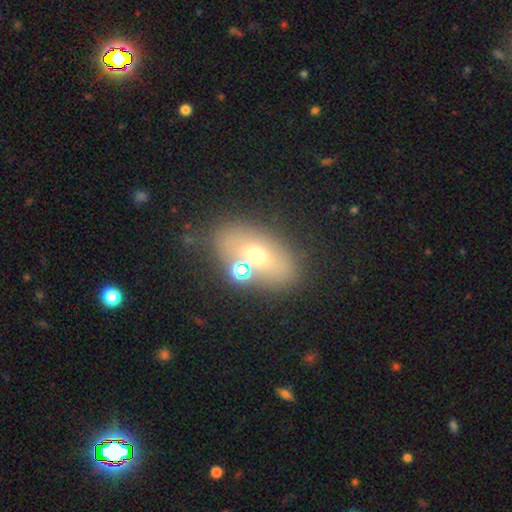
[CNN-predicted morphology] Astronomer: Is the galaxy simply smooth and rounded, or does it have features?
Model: smooth — 57%.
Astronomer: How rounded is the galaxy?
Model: in between — 84%.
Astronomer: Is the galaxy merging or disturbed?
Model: none — 66%.